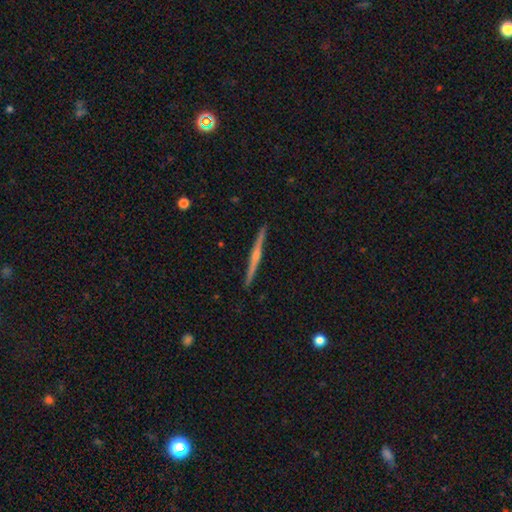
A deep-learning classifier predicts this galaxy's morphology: The model was most divided on "edge-on bulge": rounded: 67%, none: 26%, boxy: 7%. More confident: edge-on disk — yes (97%); merging — none (90%); smooth or featured — featured or disk (68%).